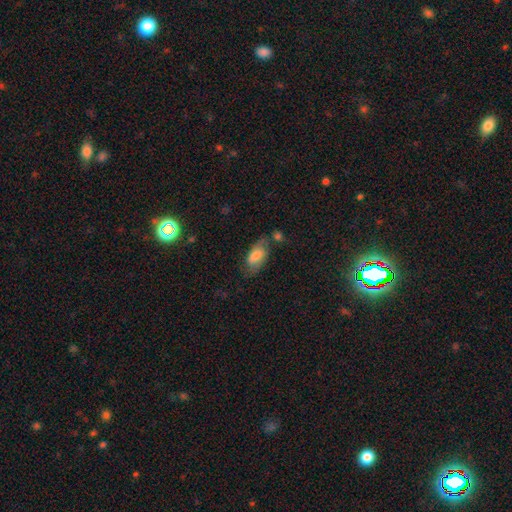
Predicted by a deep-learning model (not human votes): Morphology: type=smooth (66%); roundness=in between (90%); merging=none (55%).